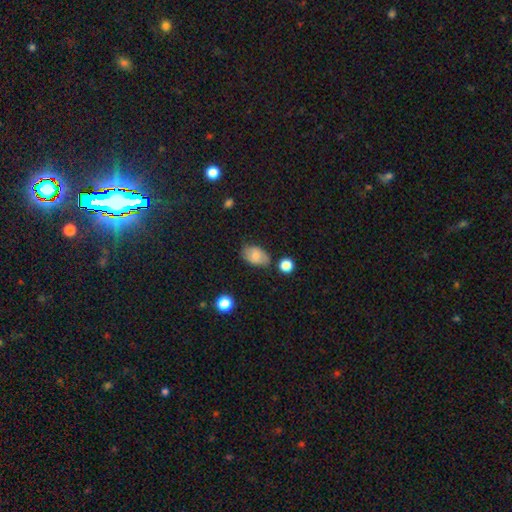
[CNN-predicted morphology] The model was most divided on "merging": none: 70%, minor disturbance: 22%, major disturbance: 4%, merger: 4%. More confident: how rounded — in between (87%); smooth or featured — smooth (74%).